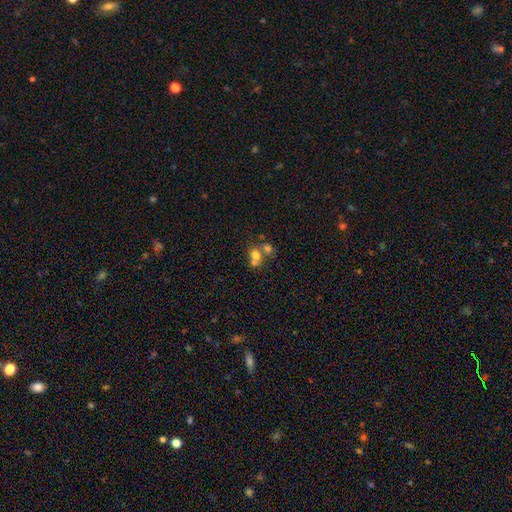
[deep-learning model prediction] Q: Smooth or featured?
A: smooth (69%); runner-up: featured or disk (17%)
Q: How rounded?
A: round (65%); runner-up: in between (33%)
Q: Merging?
A: merger (63%); runner-up: none (27%)